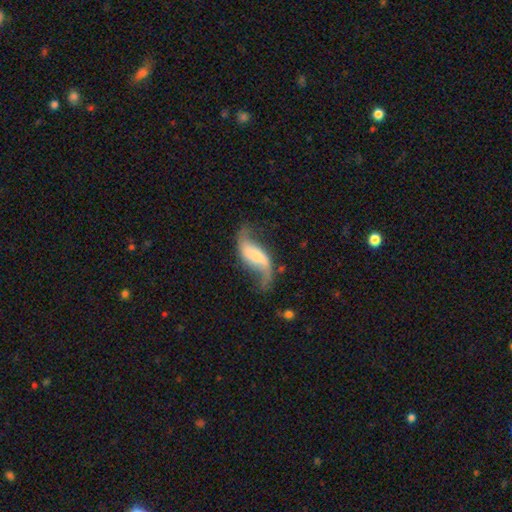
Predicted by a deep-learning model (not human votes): Smooth or featured? featured or disk (78%)
Edge-on disk? no (93%)
Bar? weak (39%)
Spiral arms? yes (93%)
Spiral winding? loose (88%)
Spiral arm count? 2 (88%)
Bulge size? small (34%)
Merging? none (54%)